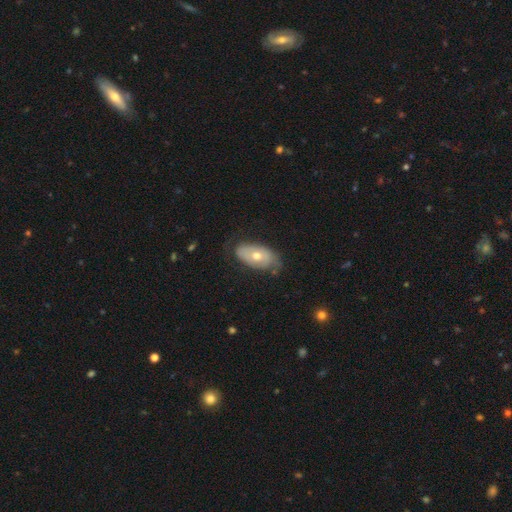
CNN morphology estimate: This is possibly a smooth galaxy (48%). Merging: likely none (65%).